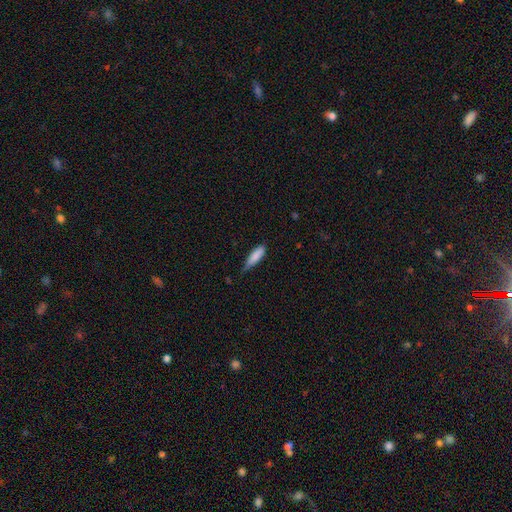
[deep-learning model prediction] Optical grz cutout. It shows a smooth galaxy with no disk features (84%) that is cigar-shaped (54%). Merging: minor disturbance (45%, tied with none).